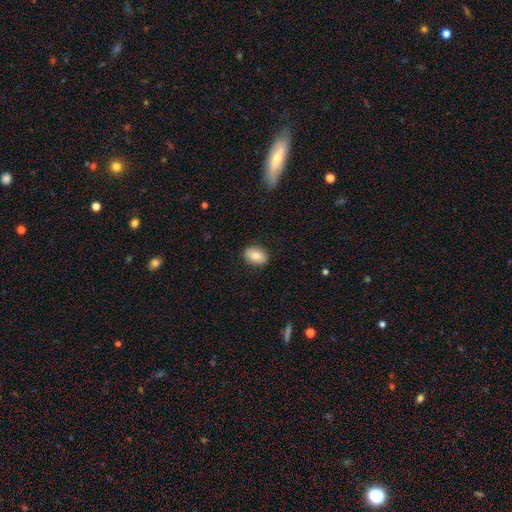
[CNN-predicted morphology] smooth_or_featured: smooth (p=0.77) [alt: featured or disk p=0.15]
how_rounded: in between (p=0.78) [alt: round p=0.20]
merging: none (p=0.87) [alt: minor disturbance p=0.10]